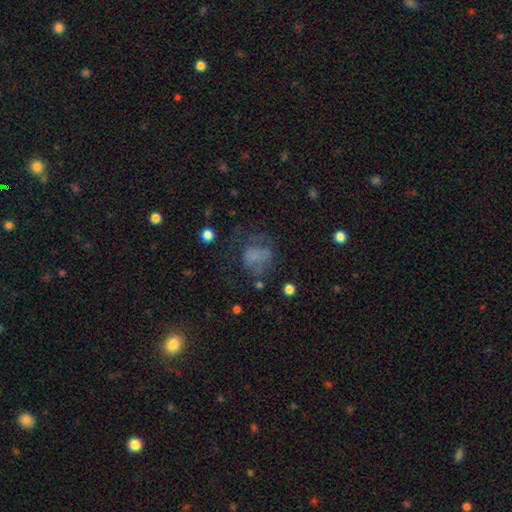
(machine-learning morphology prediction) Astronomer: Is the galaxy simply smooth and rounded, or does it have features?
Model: smooth — 54%.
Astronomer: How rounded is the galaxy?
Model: round — 53% (runner-up: in between, 45%).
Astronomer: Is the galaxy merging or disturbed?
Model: none — 38% (runner-up: major disturbance, 37%).